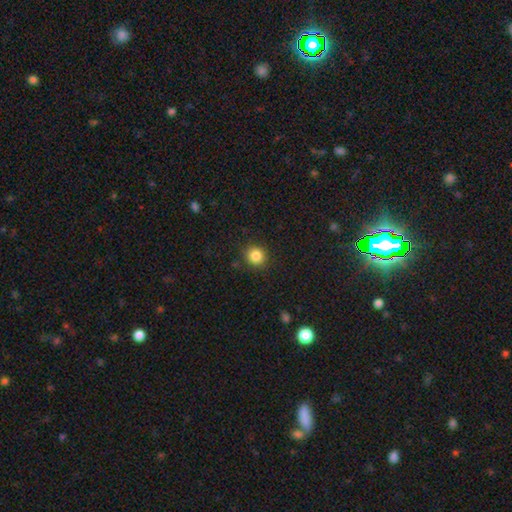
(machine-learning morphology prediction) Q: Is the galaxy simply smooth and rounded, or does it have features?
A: smooth — 85%.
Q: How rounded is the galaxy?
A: round — 88%.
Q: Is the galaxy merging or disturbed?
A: none — 88%.